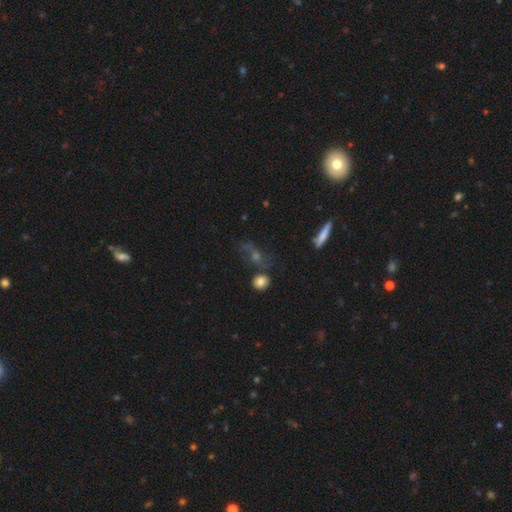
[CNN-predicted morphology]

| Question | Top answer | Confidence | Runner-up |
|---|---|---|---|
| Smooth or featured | smooth | 37% | featured or disk (35%) |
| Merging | none | 54% | minor disturbance (16%) |